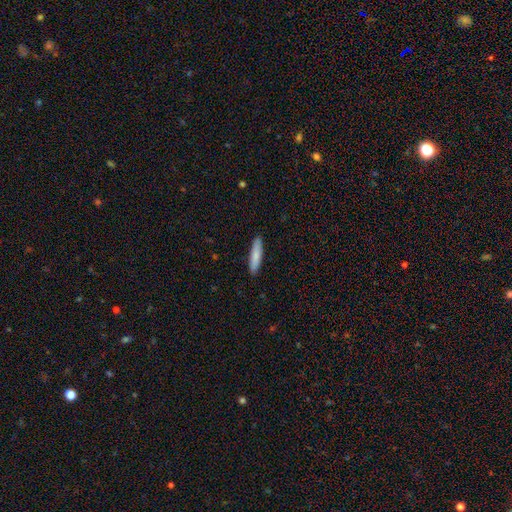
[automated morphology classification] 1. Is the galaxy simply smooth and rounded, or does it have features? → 82% smooth, 12% featured or disk, 5% star or artifact.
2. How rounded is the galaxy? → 82% cigar-shaped, 16% in between, 1% round.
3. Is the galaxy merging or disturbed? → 91% none, 7% minor disturbance, 1% major disturbance, 1% merger.